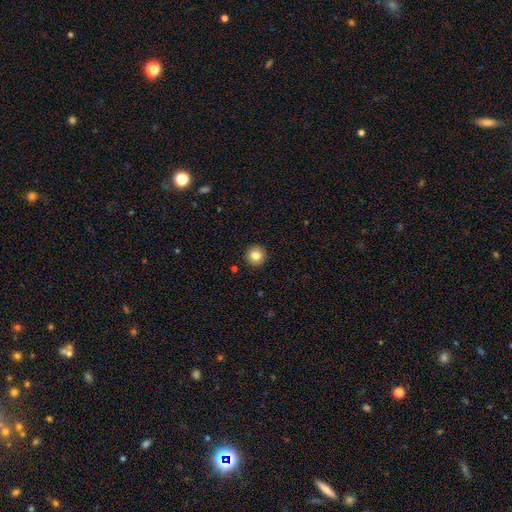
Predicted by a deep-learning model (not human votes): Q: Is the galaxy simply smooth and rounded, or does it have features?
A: smooth — 83%.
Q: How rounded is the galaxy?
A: round — 96%.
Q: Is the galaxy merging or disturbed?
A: none — 93%.